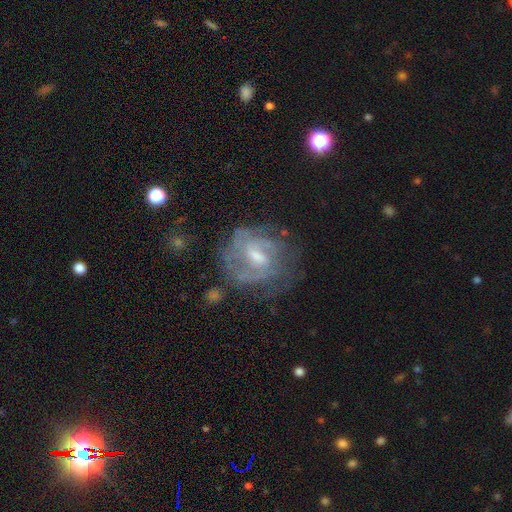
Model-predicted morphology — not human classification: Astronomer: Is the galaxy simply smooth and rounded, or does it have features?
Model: featured or disk — 79%.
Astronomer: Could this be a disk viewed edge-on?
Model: no — 97%.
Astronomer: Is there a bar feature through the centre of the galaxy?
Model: weak — 59%.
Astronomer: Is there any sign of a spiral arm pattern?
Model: yes — 86%.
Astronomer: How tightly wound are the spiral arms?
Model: tight — 44% (runner-up: medium, 42%).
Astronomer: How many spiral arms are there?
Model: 2 — 38% (runner-up: can't tell, 34%).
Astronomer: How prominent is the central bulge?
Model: moderate — 46% (runner-up: small, 38%).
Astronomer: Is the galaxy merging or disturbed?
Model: none — 61%.